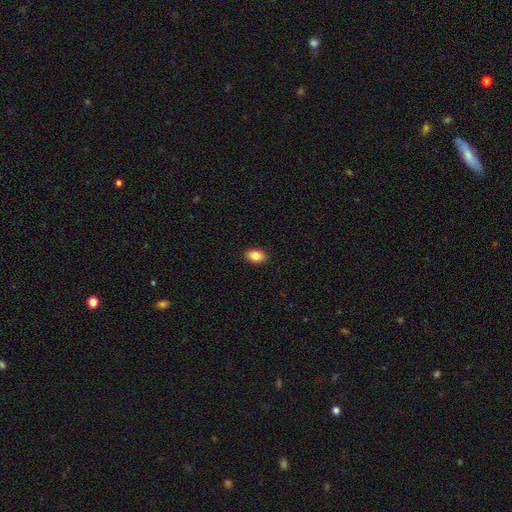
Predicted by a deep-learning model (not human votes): Q: Smooth or featured?
A: smooth (83%); runner-up: featured or disk (9%)
Q: How rounded?
A: in between (87%); runner-up: round (11%)
Q: Merging?
A: none (90%); runner-up: minor disturbance (8%)